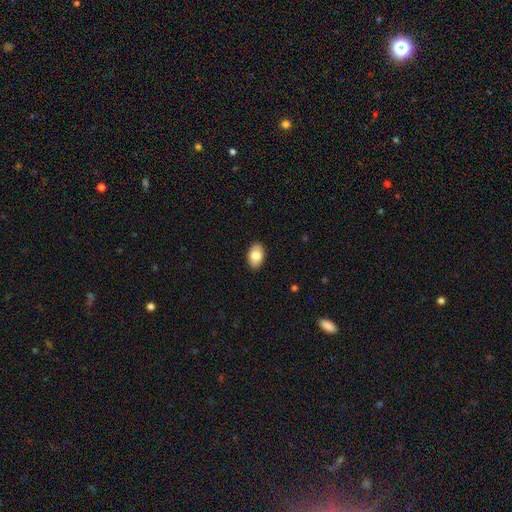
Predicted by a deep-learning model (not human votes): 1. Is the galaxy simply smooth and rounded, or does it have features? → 81% smooth, 12% featured or disk, 7% star or artifact.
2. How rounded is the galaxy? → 92% in between, 6% round, 1% cigar-shaped.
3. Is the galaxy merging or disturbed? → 89% none, 8% minor disturbance, 2% major disturbance, 1% merger.